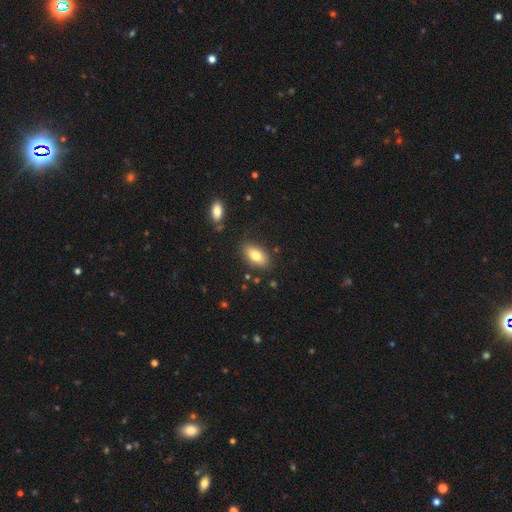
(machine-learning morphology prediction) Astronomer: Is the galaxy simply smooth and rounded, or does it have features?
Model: smooth — 79%.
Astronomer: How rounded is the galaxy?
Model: in between — 90%.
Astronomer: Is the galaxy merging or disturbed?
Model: none — 82%.